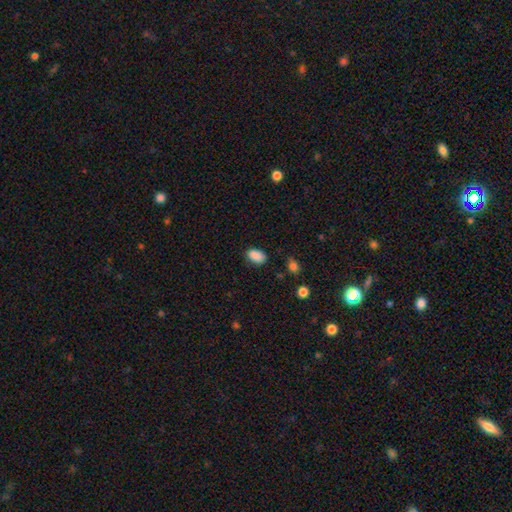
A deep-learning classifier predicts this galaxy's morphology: This appears to be a smooth galaxy with no disk features (88%) that is in between round and cigar-shaped (87%). Merging: none (78%).